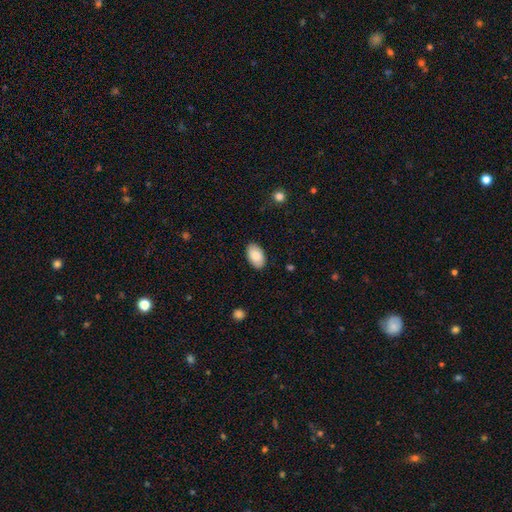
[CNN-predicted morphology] smooth 87%, featured or disk 7%, star or artifact 6%. Down the decision tree: how rounded — in between (94%); merging — none (88%).